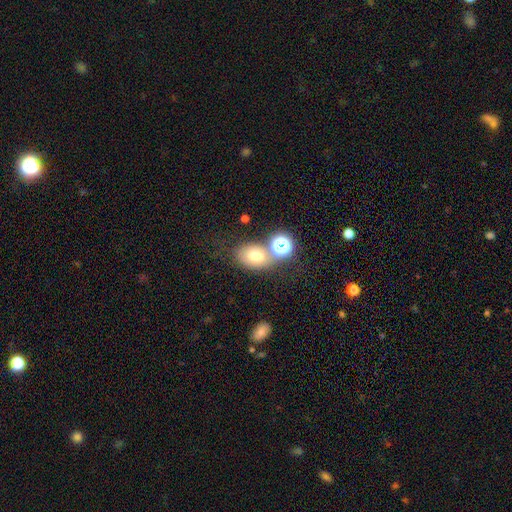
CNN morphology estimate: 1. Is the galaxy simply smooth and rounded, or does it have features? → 67% smooth, 17% star or artifact, 16% featured or disk.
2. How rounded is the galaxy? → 71% in between, 28% round, 1% cigar-shaped.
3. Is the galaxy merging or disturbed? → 55% none, 23% merger, 15% minor disturbance, 7% major disturbance.